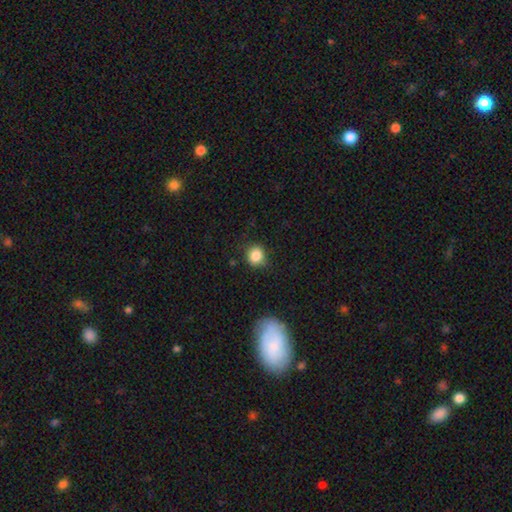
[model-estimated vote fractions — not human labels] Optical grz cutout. It shows a smooth galaxy with no disk features (86%) that is round (76%). Merging: none (80%).